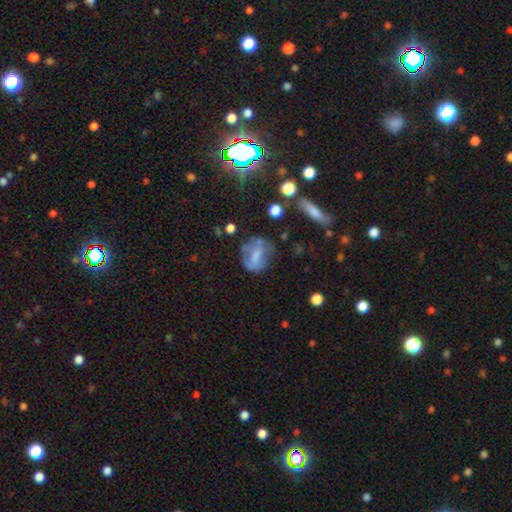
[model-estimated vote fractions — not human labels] This appears to be a smooth galaxy with no disk features (50%) that is in between round and cigar-shaped (49%). Merging: none (50%).